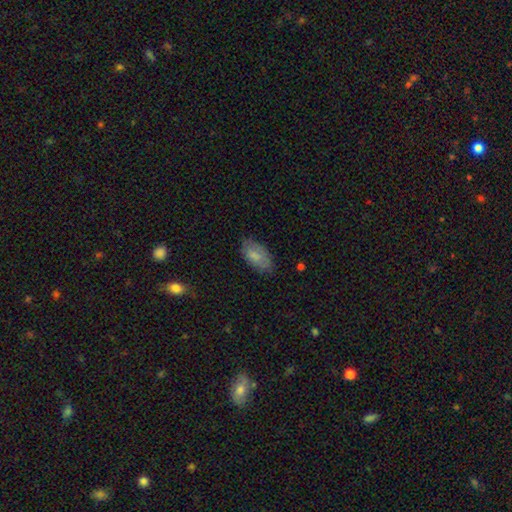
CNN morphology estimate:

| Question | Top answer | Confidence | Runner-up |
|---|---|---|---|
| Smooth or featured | smooth | 78% | featured or disk (15%) |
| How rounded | in between | 93% | cigar-shaped (4%) |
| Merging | none | 75% | minor disturbance (20%) |